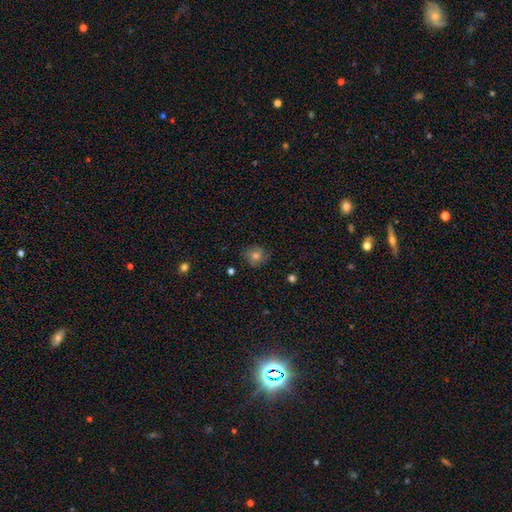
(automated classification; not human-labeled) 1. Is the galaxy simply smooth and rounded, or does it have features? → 56% smooth, 27% featured or disk, 16% star or artifact.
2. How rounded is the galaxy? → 82% round, 17% in between, 1% cigar-shaped.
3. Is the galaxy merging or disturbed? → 79% none, 15% minor disturbance, 5% major disturbance, 1% merger.